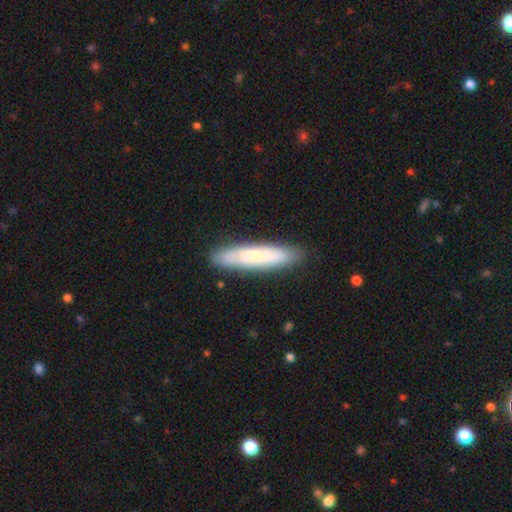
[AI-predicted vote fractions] Smooth or featured? smooth (61%)
How rounded? cigar-shaped (83%)
Merging? none (86%)